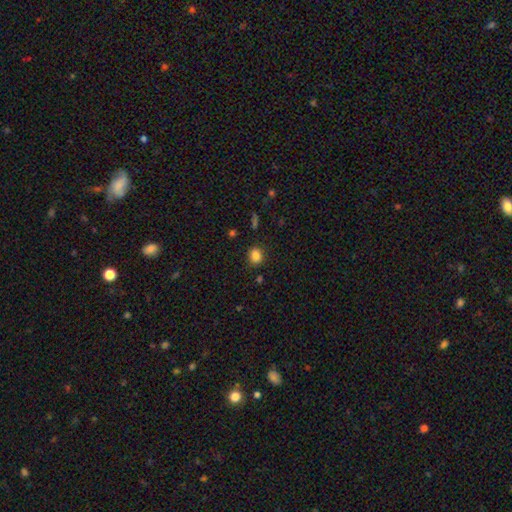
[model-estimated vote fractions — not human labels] Overall: smooth (84%). How rounded: round (57%; in between 42%). Merging: none (85%).